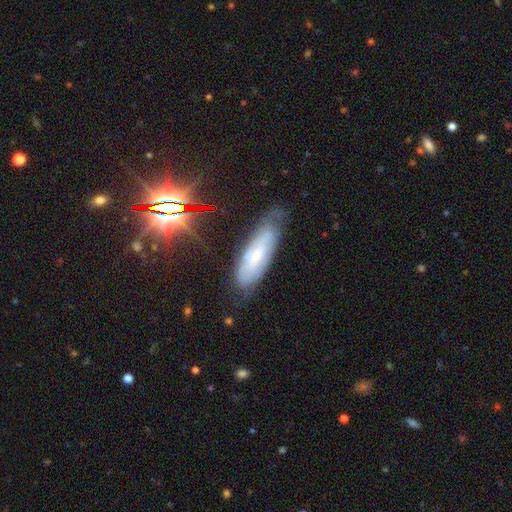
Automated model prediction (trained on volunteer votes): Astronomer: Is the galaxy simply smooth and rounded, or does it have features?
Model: featured or disk — 51% (runner-up: smooth, 35%).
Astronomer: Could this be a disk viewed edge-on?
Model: no — 69%.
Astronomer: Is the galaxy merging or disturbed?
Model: none — 65%.